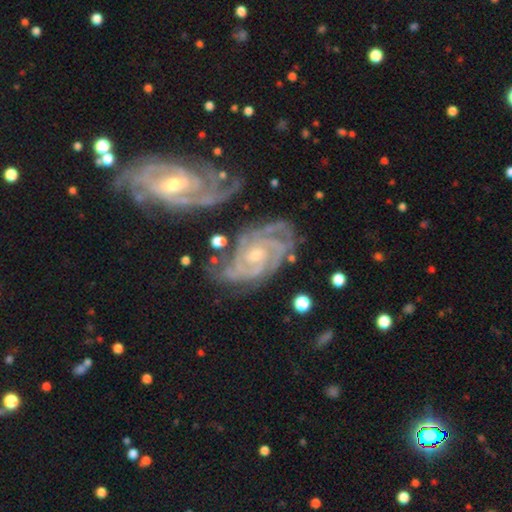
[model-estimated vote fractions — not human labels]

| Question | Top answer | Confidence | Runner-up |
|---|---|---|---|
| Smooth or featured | featured or disk | 91% | star or artifact (5%) |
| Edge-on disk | no | 97% | yes (3%) |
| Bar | no | 68% | weak (24%) |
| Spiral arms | yes | 98% | no (2%) |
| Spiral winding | tight | 71% | medium (26%) |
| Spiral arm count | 3 | 33% | 2 (22%) |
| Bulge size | small | 62% | moderate (34%) |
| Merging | none | 59% | minor disturbance (21%) |